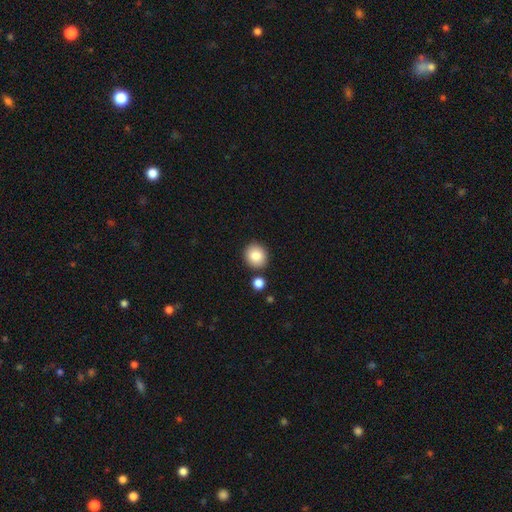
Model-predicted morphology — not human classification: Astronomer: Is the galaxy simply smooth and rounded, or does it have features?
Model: smooth — 85%.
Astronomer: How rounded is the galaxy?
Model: round — 83%.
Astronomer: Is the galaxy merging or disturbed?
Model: none — 84%.